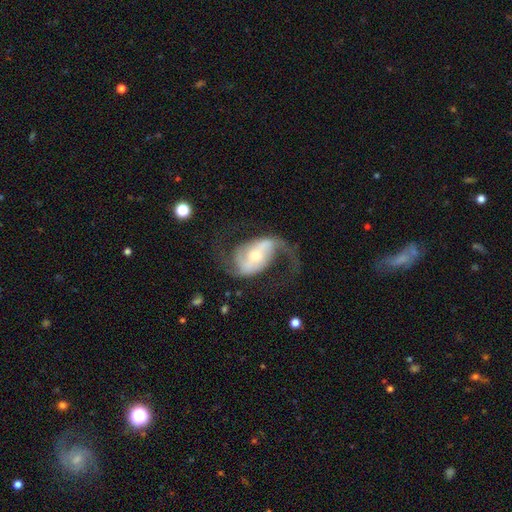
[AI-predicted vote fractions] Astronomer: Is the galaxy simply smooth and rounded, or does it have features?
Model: featured or disk — 88%.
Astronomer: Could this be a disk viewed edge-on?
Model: no — 97%.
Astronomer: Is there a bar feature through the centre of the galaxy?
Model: strong — 42% (runner-up: weak, 34%).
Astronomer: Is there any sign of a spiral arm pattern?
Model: yes — 96%.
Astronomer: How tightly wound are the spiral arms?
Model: loose — 59% (runner-up: medium, 34%).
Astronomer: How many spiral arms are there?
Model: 2 — 89%.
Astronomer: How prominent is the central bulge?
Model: moderate — 48% (runner-up: small, 46%).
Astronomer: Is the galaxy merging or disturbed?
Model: none — 62%.